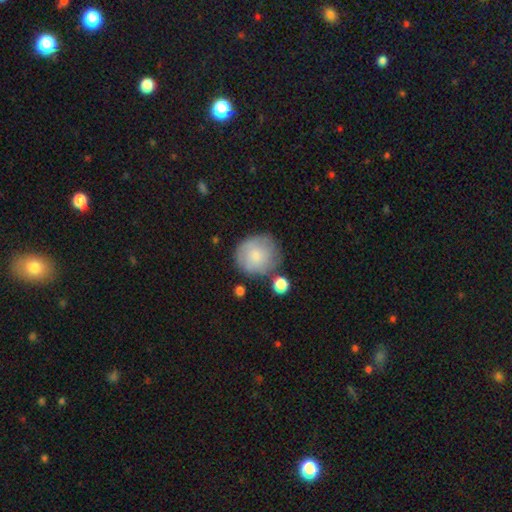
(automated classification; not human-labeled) A smooth galaxy with no disk features (71%) that is round (89%).

Vote fractions:
- Smooth or featured? smooth: 71% / featured or disk: 22% / star or artifact: 7%
- How rounded? round: 89% / in between: 10% / cigar-shaped: 1%
- Merging? none: 65% / minor disturbance: 21% / major disturbance: 8% / merger: 7%